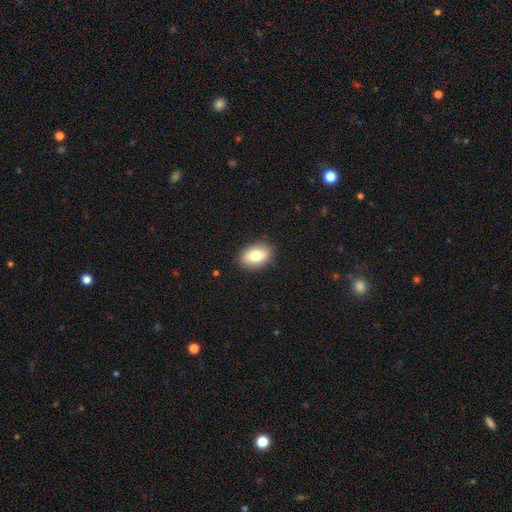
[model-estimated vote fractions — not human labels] The model was most divided on "smooth or featured": smooth: 78%, featured or disk: 14%, star or artifact: 8%. More confident: merging — none (88%); how rounded — in between (82%).